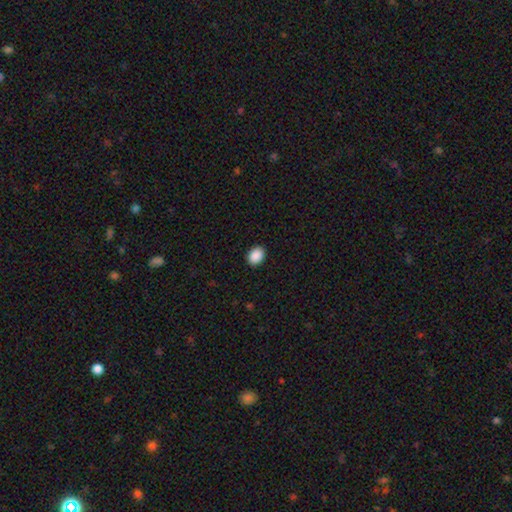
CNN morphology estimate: smooth-or-featured: smooth: 90% | star or artifact: 8% | featured or disk: 2%
  how-rounded: in between: 61% | round: 38% | cigar-shaped: 1%
  merging: none: 91% | minor disturbance: 6% | major disturbance: 2% | merger: 1%